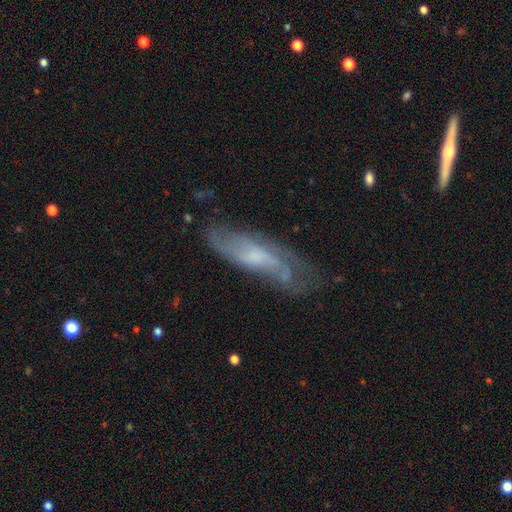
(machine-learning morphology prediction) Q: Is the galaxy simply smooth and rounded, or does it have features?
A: featured or disk — 66%.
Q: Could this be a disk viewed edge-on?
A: no — 77%.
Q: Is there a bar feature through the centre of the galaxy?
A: no — 58%.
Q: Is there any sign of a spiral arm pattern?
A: yes — 83%.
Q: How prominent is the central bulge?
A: small — 37%.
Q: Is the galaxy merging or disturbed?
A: none — 57%.